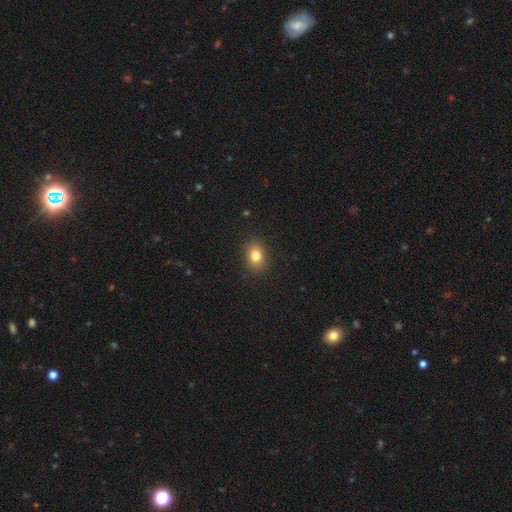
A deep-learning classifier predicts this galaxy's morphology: A smooth galaxy with no disk features (81%) that is in between round and cigar-shaped (60%).

Vote fractions:
- Smooth or featured? smooth: 81% / star or artifact: 11% / featured or disk: 8%
- How rounded? in between: 60% / round: 39% / cigar-shaped: 1%
- Merging? none: 89% / minor disturbance: 8% / major disturbance: 2% / merger: 1%